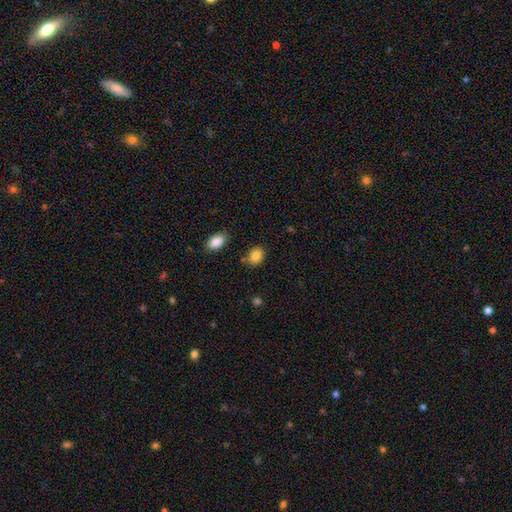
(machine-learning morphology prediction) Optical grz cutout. It shows a smooth galaxy with no disk features (85%) that is in between round and cigar-shaped (59%). Merging: none (78%).